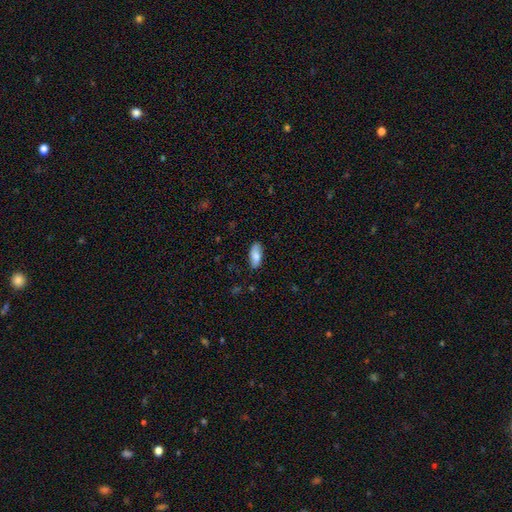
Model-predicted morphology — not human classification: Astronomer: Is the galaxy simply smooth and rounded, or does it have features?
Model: smooth — 80%.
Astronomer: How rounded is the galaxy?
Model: in between — 84%.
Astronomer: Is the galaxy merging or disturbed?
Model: none — 82%.